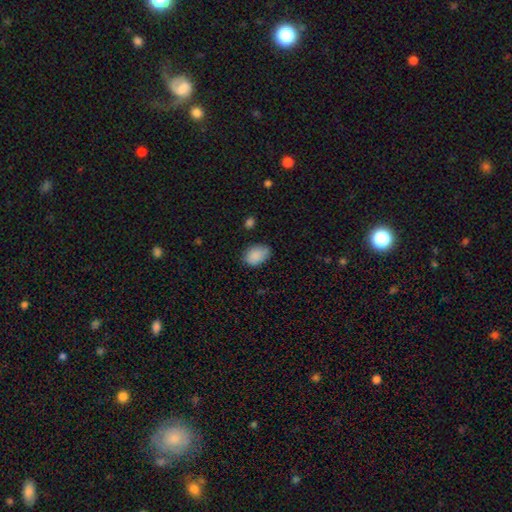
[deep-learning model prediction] A smooth galaxy with no disk features (88%) that is in between round and cigar-shaped (84%).

Vote fractions:
- Smooth or featured? smooth: 88% / star or artifact: 7% / featured or disk: 4%
- How rounded? in between: 84% / round: 15% / cigar-shaped: 1%
- Merging? none: 71% / minor disturbance: 23% / major disturbance: 4% / merger: 2%